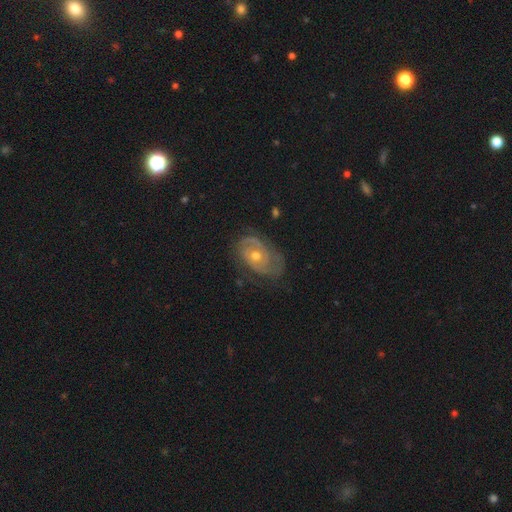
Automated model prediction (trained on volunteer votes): A featured or disk galaxy (80%) with no bar (78%), 2 (47%) tight (59%) spiral arms (86%) and a moderate central bulge (66%).

Vote fractions:
- Smooth or featured? featured or disk: 80% / smooth: 14% / star or artifact: 7%
- Edge-on disk? no: 96% / yes: 4%
- Bar? no: 78% / weak: 18% / strong: 4%
- Spiral arms? yes: 86% / no: 14%
- Spiral winding? tight: 59% / medium: 31% / loose: 10%
- Spiral arm count? 2: 47% / can't tell: 29% / 3: 10% / 1: 8% / 4: 3% / more than 4: 3%
- Bulge size? moderate: 66% / small: 30% / large: 2% / none: 1% / dominant: 1%
- Merging? none: 66% / minor disturbance: 24% / major disturbance: 9% / merger: 1%